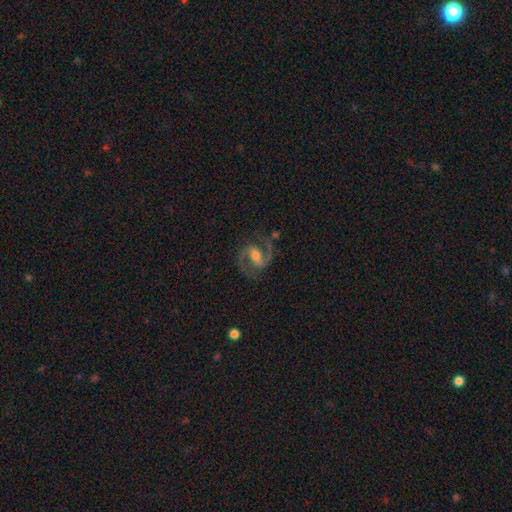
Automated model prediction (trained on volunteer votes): This is clearly a featured or disk galaxy (92%). It is clearly not viewed edge-on (98%). Bar: possibly weak (45%). Spiral arm pattern: clearly yes (98%). Spiral arm count: clearly 2 (94%). Spiral winding: likely medium (69%). Central bulge: possibly moderate (60%). Merging: clearly none (81%).